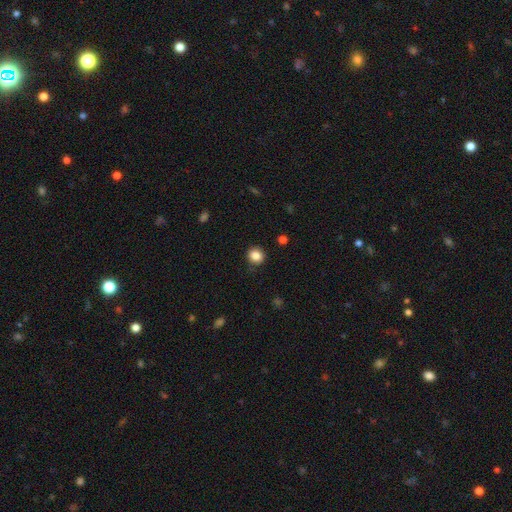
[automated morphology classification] smooth-or-featured: smooth: 85% | star or artifact: 11% | featured or disk: 5%
  how-rounded: round: 89% | in between: 10% | cigar-shaped: 1%
  merging: none: 88% | minor disturbance: 8% | major disturbance: 2% | merger: 1%